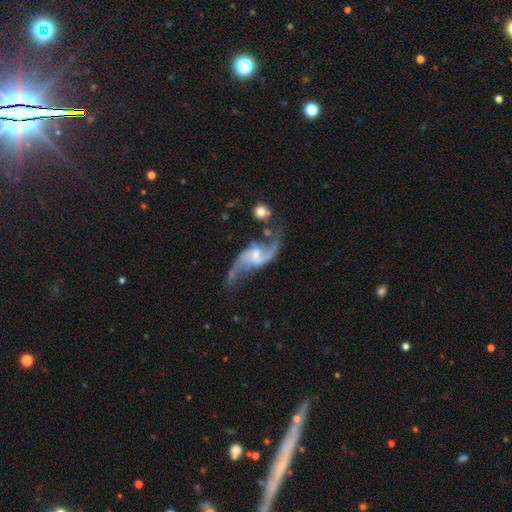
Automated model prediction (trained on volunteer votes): Smooth or featured: featured or disk — 90% (smooth — 5%)
Edge-on disk: no — 97% (yes — 3%)
Bar: weak — 50% (no — 36%)
Spiral arms: yes — 96% (no — 4%)
Spiral winding: loose — 82% (medium — 15%)
Spiral arm count: 2 — 93% (can't tell — 2%)
Bulge size: small — 47% (moderate — 35%)
Merging: none — 56% (minor disturbance — 19%)